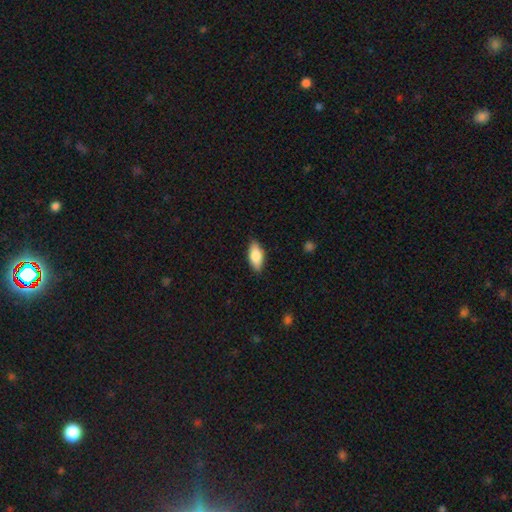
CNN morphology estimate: This is likely a smooth galaxy (76%). How rounded: clearly in between (83%). Merging: clearly none (86%).